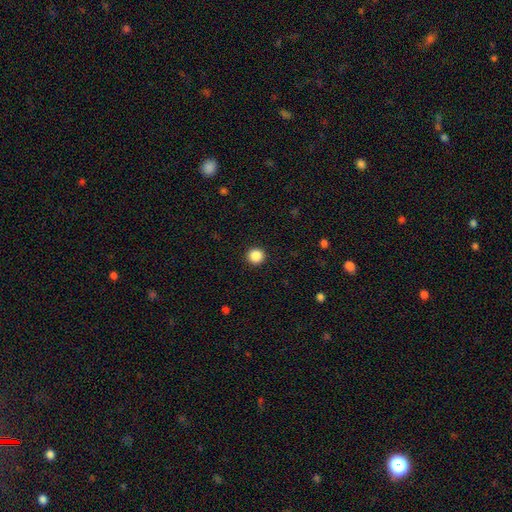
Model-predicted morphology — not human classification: smooth_or_featured: smooth (p=0.87) [alt: star or artifact p=0.10]
how_rounded: round (p=0.94) [alt: in between p=0.05]
merging: none (p=0.92) [alt: minor disturbance p=0.05]